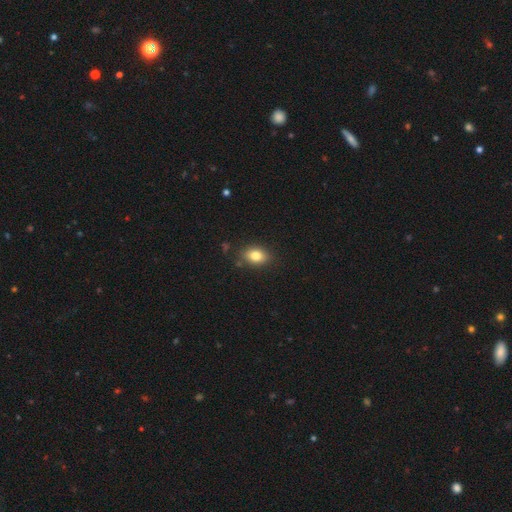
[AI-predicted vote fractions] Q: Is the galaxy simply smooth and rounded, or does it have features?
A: smooth — 81%.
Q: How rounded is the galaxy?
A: in between — 76%.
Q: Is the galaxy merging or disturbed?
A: none — 83%.